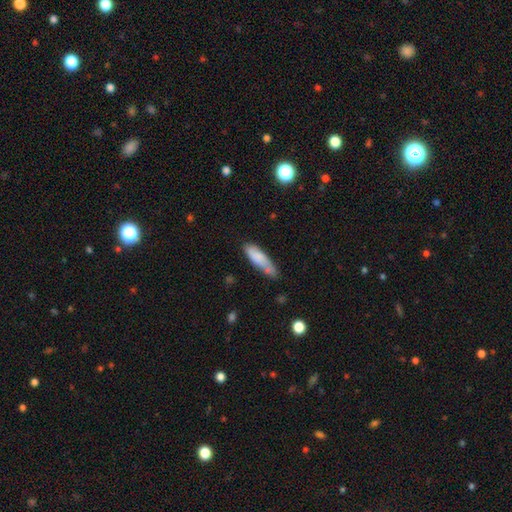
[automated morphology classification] Smooth or featured? smooth (75%)
How rounded? cigar-shaped (65%)
Merging? none (61%)